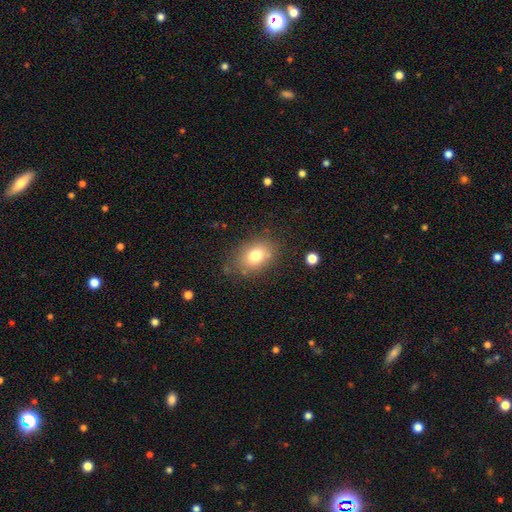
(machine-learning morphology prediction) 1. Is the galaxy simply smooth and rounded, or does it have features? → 76% smooth, 13% featured or disk, 11% star or artifact.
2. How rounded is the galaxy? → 72% in between, 27% round, 1% cigar-shaped.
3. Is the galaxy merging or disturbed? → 77% none, 15% minor disturbance, 5% major disturbance, 3% merger.